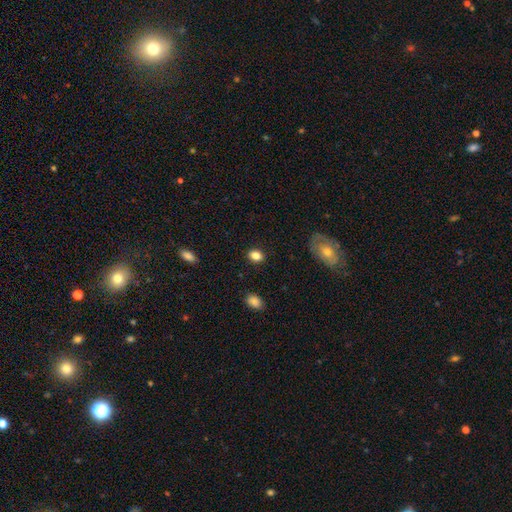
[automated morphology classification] Smooth or featured?
  - smooth: 84% *
  - star or artifact: 9%
  - featured or disk: 6%
How rounded?
  - in between: 64% *
  - round: 35%
  - cigar-shaped: 1%
Merging?
  - none: 87% *
  - minor disturbance: 9%
  - major disturbance: 2%
  - merger: 1%